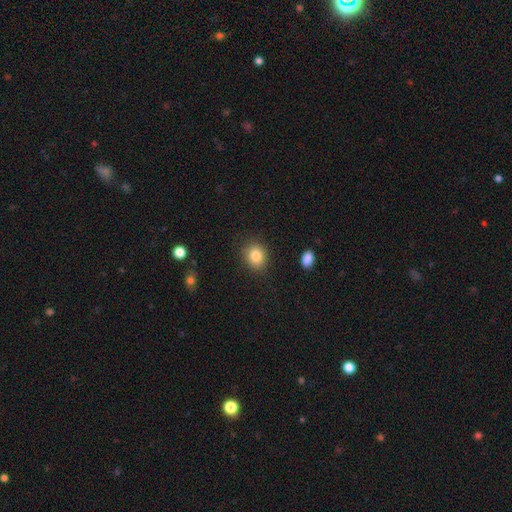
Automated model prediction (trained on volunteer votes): Smooth or featured: smooth — 84% (star or artifact — 9%)
How rounded: round — 64% (in between — 35%)
Merging: none — 86% (minor disturbance — 10%)